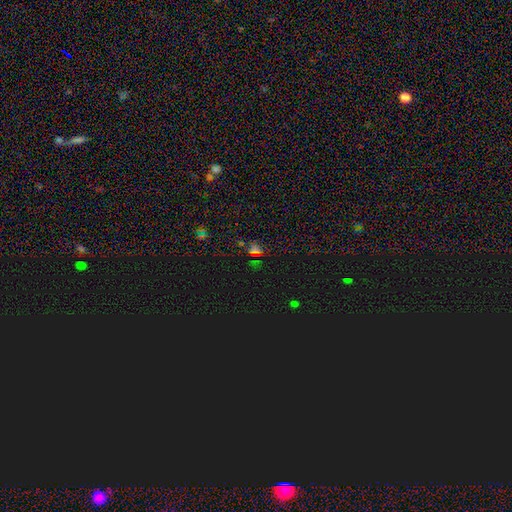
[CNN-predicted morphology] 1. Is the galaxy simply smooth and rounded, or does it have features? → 56% star or artifact, 36% smooth, 8% featured or disk.